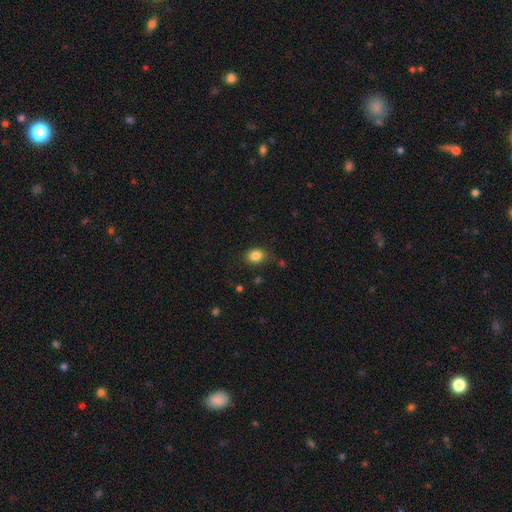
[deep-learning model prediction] Morphology: type=smooth (84%); roundness=in between (56%); merging=none (77%).